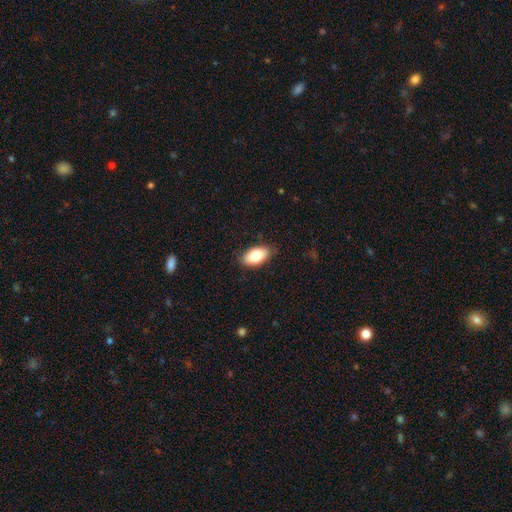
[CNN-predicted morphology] Overall: smooth (82%). How rounded: in between (93%). Merging: none (85%).